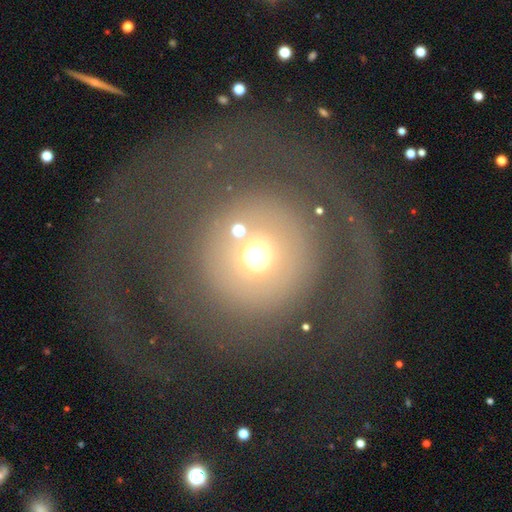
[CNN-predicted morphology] smooth-or-featured: smooth: 48% | featured or disk: 36% | star or artifact: 16%
  merging: none: 53% | major disturbance: 30% | minor disturbance: 12% | merger: 5%